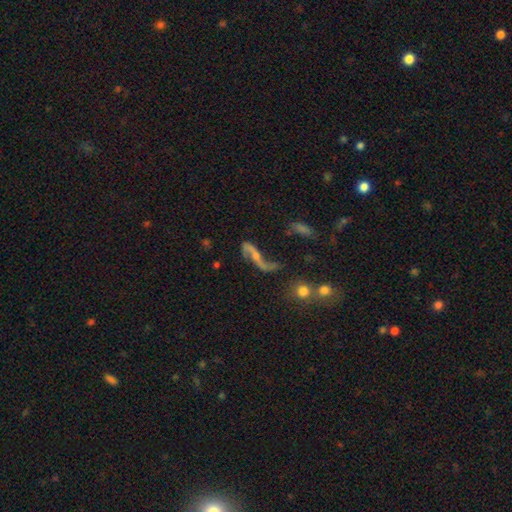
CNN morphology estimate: This appears to be a featured or disk galaxy (81%) with no bar (49%), 2 (87%) loose (91%) spiral arms (91%) and a small central bulge (50%). Merging: none (51%).